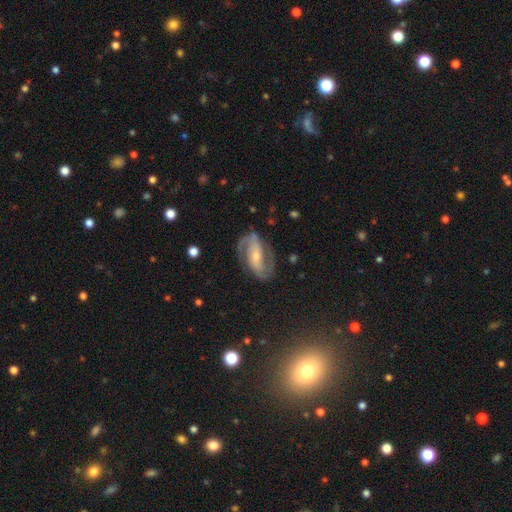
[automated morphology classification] This is clearly a featured or disk galaxy (86%). It is clearly not viewed edge-on (96%). Bar: marginally strong (37%). Spiral arm pattern: clearly yes (97%). Spiral arm count: clearly 2 (91%). Spiral winding: possibly medium (52%). Central bulge: possibly small (55%). Merging: likely none (78%).